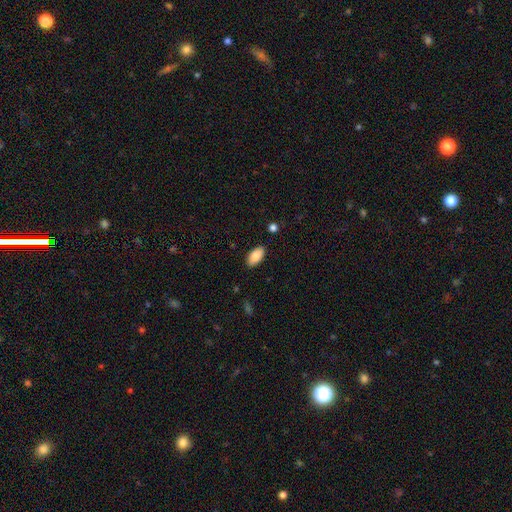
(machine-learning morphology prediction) A smooth galaxy with no disk features (87%) that is in between round and cigar-shaped (94%).

Vote fractions:
- Smooth or featured? smooth: 87% / star or artifact: 7% / featured or disk: 7%
- How rounded? in between: 94% / cigar-shaped: 4% / round: 2%
- Merging? none: 88% / minor disturbance: 9% / major disturbance: 2% / merger: 1%